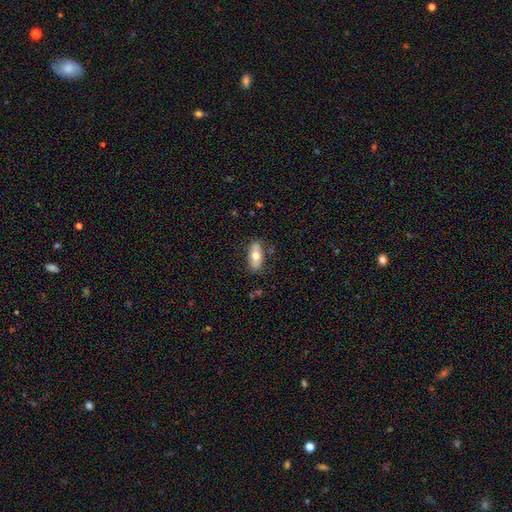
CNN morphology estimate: This is likely a smooth galaxy (64%). How rounded: clearly in between (86%). Merging: clearly none (82%).